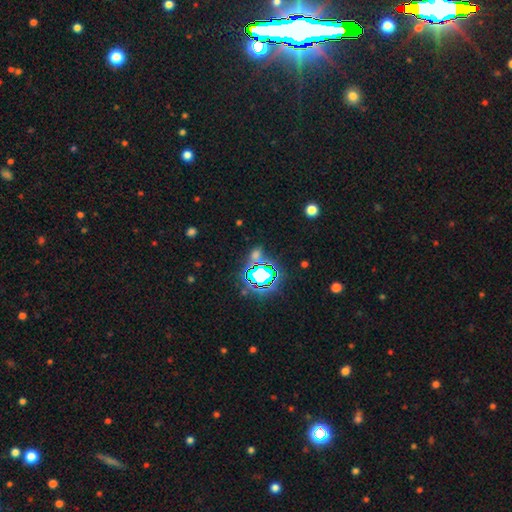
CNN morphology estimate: Smooth or featured? star or artifact (59%)